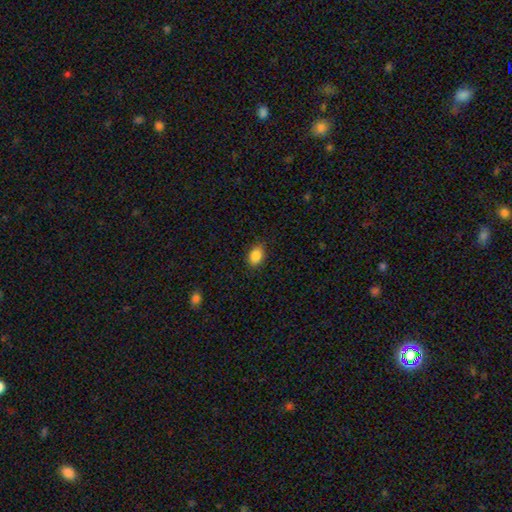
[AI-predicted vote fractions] Morphology: type=smooth (87%); roundness=in between (76%); merging=none (84%).